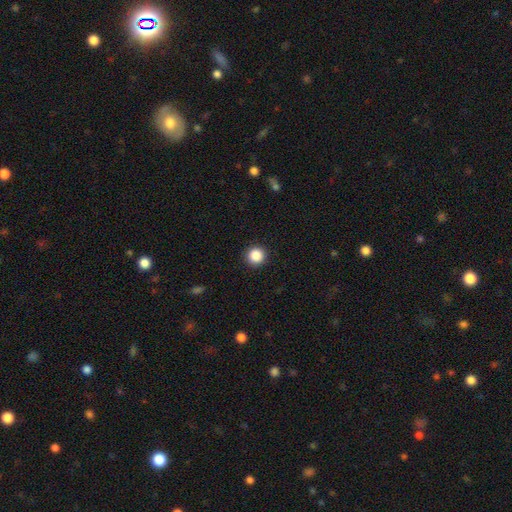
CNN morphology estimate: Smooth or featured: smooth — 87% (star or artifact — 10%)
How rounded: round — 95% (in between — 4%)
Merging: none — 92% (minor disturbance — 5%)